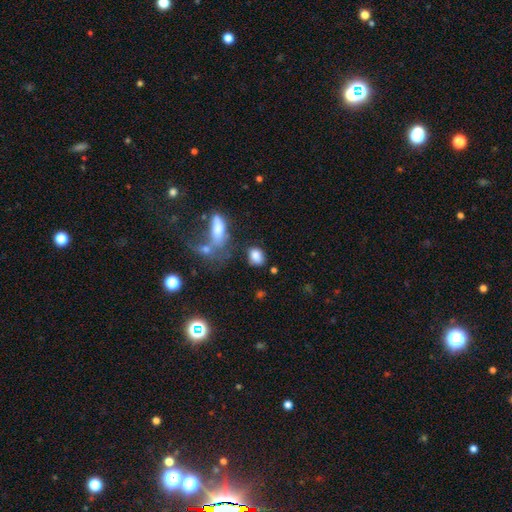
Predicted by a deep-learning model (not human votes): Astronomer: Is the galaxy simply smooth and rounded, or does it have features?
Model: smooth — 83%.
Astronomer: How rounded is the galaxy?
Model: in between — 73%.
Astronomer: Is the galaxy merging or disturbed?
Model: none — 60%.